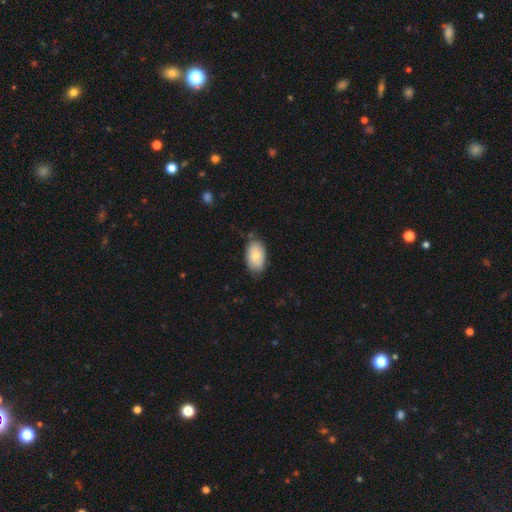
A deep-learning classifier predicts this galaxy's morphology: A smooth galaxy with no disk features (78%) that is in between round and cigar-shaped (93%).

Vote fractions:
- Smooth or featured? smooth: 78% / featured or disk: 15% / star or artifact: 6%
- How rounded? in between: 93% / round: 6% / cigar-shaped: 1%
- Merging? none: 77% / minor disturbance: 19% / major disturbance: 3% / merger: 2%